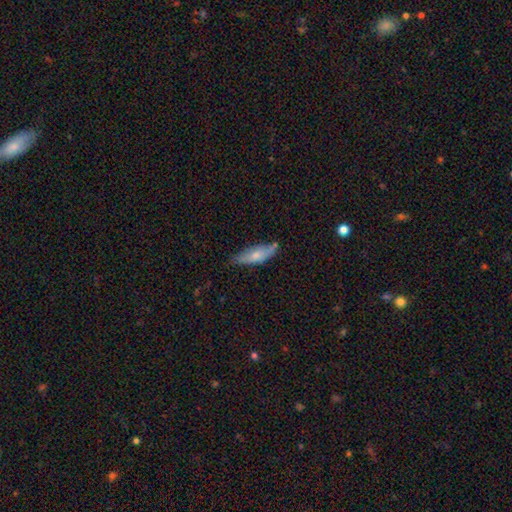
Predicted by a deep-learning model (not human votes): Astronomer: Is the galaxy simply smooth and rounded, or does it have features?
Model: smooth — 62%.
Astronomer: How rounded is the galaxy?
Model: cigar-shaped — 54% (runner-up: in between, 44%).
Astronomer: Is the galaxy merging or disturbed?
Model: none — 70%.